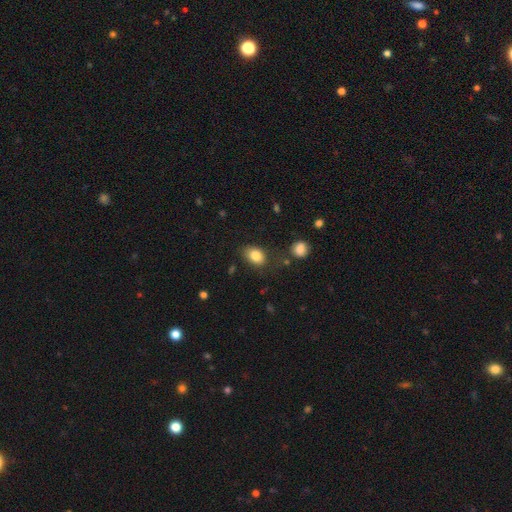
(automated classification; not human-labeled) Morphology: type=smooth (84%); roundness=in between (78%); merging=none (73%).